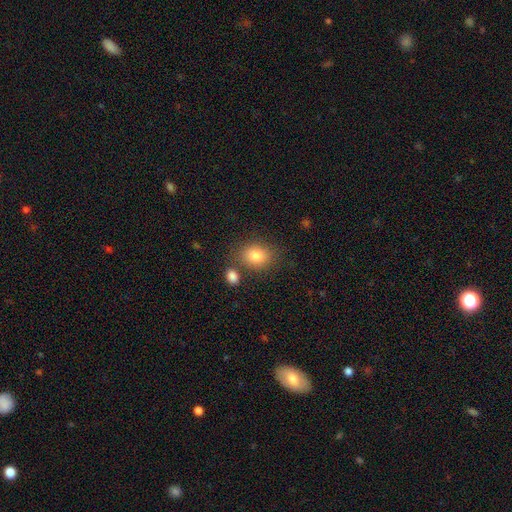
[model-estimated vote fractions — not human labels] smooth-or-featured: smooth: 83% | star or artifact: 9% | featured or disk: 8%
  how-rounded: in between: 55% | round: 44% | cigar-shaped: 1%
  merging: none: 71% | minor disturbance: 13% | merger: 12% | major disturbance: 4%